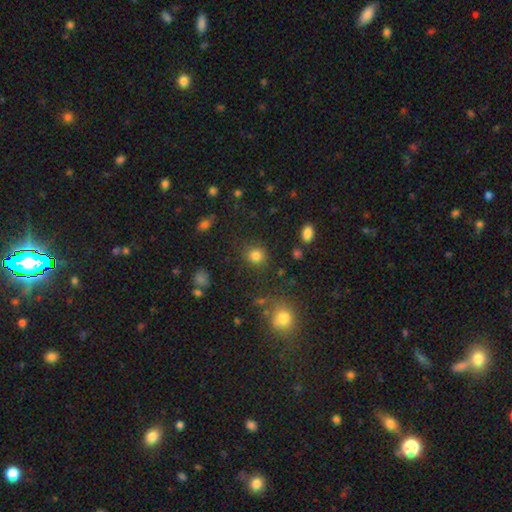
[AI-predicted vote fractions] A smooth galaxy with no disk features (81%) that is round (82%).

Vote fractions:
- Smooth or featured? smooth: 81% / star or artifact: 14% / featured or disk: 5%
- How rounded? round: 82% / in between: 17% / cigar-shaped: 1%
- Merging? none: 83% / minor disturbance: 10% / major disturbance: 4% / merger: 3%